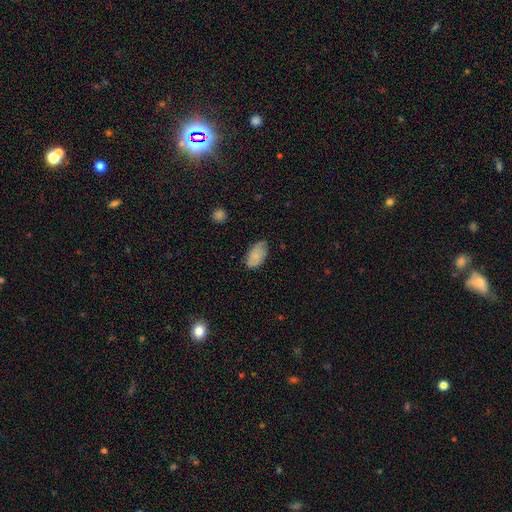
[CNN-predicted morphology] Smooth or featured? smooth (78%)
How rounded? in between (94%)
Merging? none (74%)